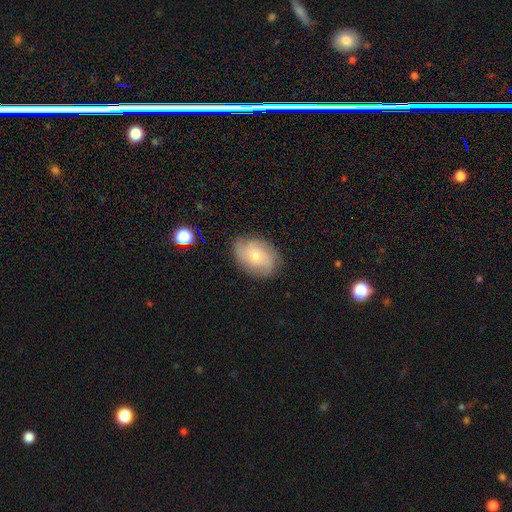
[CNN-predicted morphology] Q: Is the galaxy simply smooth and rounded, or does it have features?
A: featured or disk — 62%.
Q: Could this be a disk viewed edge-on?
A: no — 96%.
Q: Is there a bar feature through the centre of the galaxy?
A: no — 75%.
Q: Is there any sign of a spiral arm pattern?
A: yes — 90%.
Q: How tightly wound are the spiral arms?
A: tight — 46%.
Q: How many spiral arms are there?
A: can't tell — 28%, tied with 2.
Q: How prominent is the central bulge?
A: small — 58%.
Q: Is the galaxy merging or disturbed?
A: none — 79%.